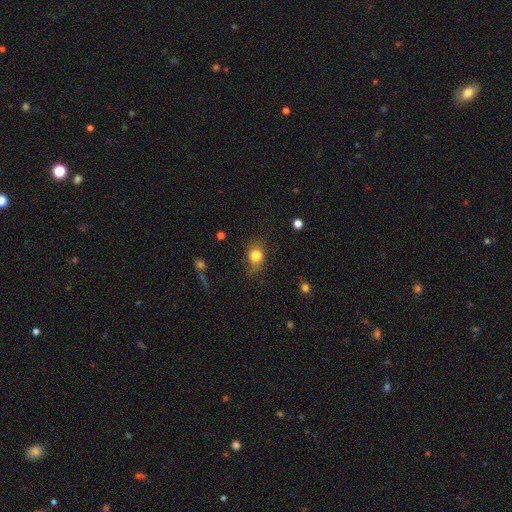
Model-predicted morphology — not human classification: Overall: smooth (78%). How rounded: in between (54%; round 44%). Merging: none (59%; minor disturbance 28%).